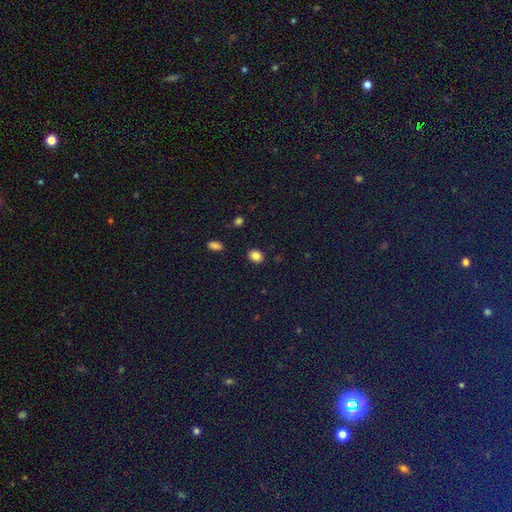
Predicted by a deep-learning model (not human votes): Smooth or featured? Predicted: smooth (p=0.84). How rounded? Predicted: in between (p=0.50). Merging? Predicted: none (p=0.88).